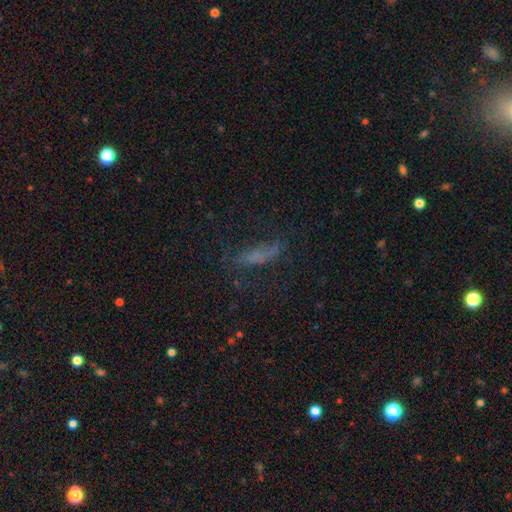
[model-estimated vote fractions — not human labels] smooth_or_featured: smooth (p=0.45) [alt: featured or disk p=0.28]
merging: none (p=0.58) [alt: minor disturbance p=0.21]